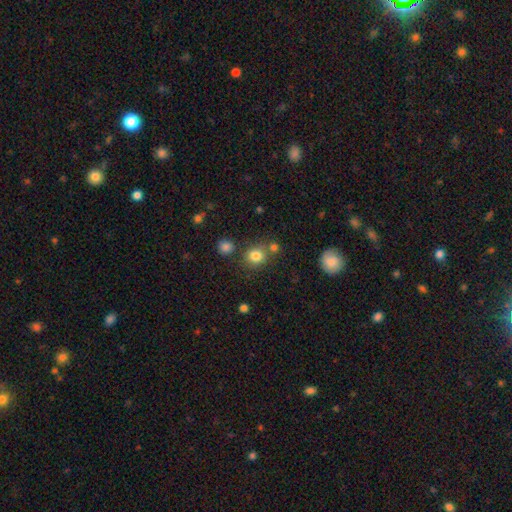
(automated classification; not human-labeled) A smooth galaxy with no disk features (81%) that is round (77%).

Vote fractions:
- Smooth or featured? smooth: 81% / star or artifact: 13% / featured or disk: 7%
- How rounded? round: 77% / in between: 22% / cigar-shaped: 1%
- Merging? none: 71% / merger: 14% / minor disturbance: 11% / major disturbance: 4%